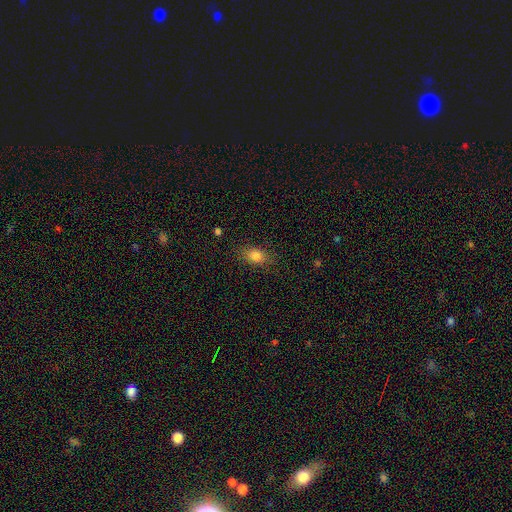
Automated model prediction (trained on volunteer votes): Smooth or featured?
  - smooth: 83% *
  - star or artifact: 10%
  - featured or disk: 7%
How rounded?
  - in between: 77% *
  - round: 19%
  - cigar-shaped: 3%
Merging?
  - none: 82% *
  - minor disturbance: 13%
  - major disturbance: 4%
  - merger: 1%